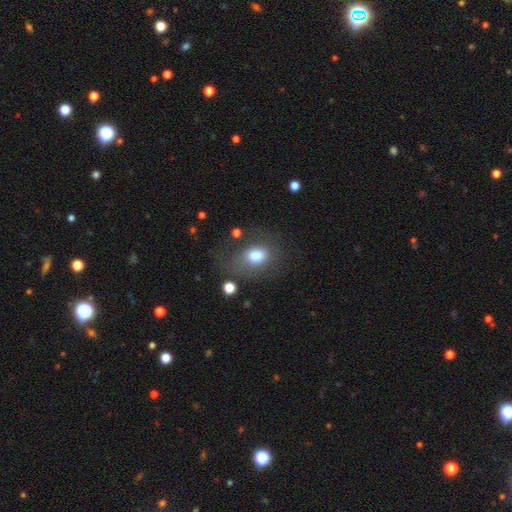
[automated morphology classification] Q: Smooth or featured?
A: smooth (77%); runner-up: featured or disk (13%)
Q: How rounded?
A: in between (62%); runner-up: round (37%)
Q: Merging?
A: none (58%); runner-up: minor disturbance (22%)